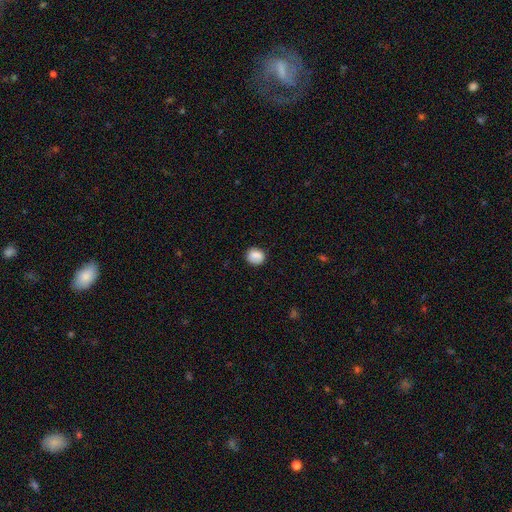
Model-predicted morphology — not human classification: Smooth or featured? smooth (83%)
How rounded? round (80%)
Merging? none (81%)